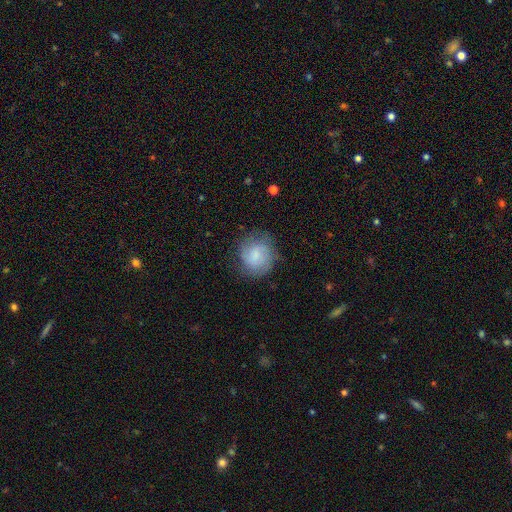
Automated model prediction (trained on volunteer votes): Smooth or featured: smooth — 64% (featured or disk — 29%)
How rounded: round — 82% (in between — 17%)
Merging: none — 71% (minor disturbance — 20%)